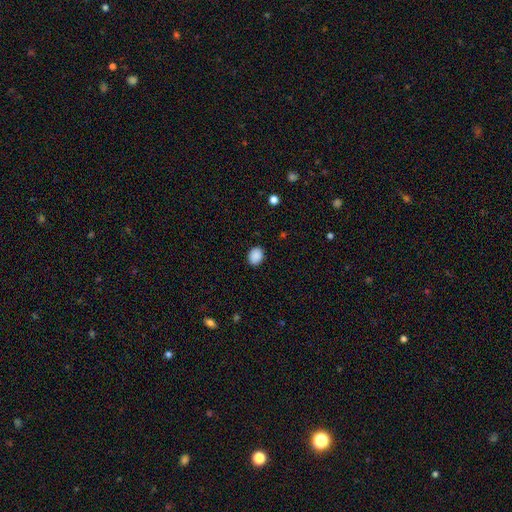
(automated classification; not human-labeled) Overall: smooth (89%). How rounded: in between (56%; round 43%). Merging: none (89%).